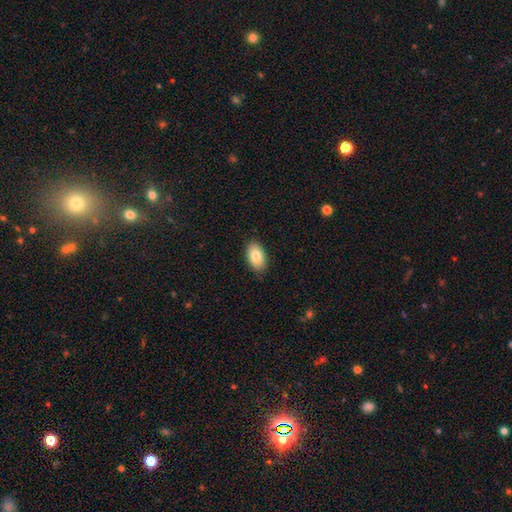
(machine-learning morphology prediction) Q: Smooth or featured?
A: smooth (82%); runner-up: featured or disk (11%)
Q: How rounded?
A: in between (94%); runner-up: round (5%)
Q: Merging?
A: none (88%); runner-up: minor disturbance (9%)